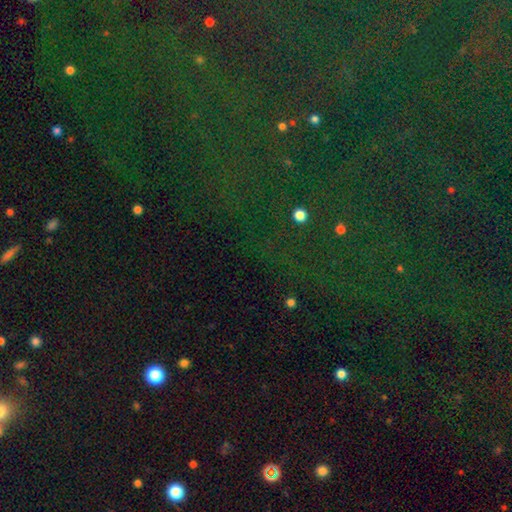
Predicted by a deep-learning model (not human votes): This is clearly a star or artifact rather than a galaxy (81%).